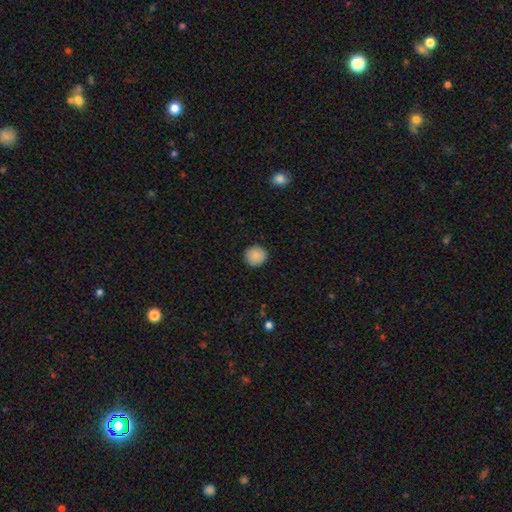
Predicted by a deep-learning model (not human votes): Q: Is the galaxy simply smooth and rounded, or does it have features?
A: smooth — 87%.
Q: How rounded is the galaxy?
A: round — 94%.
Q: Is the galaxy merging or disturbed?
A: none — 92%.